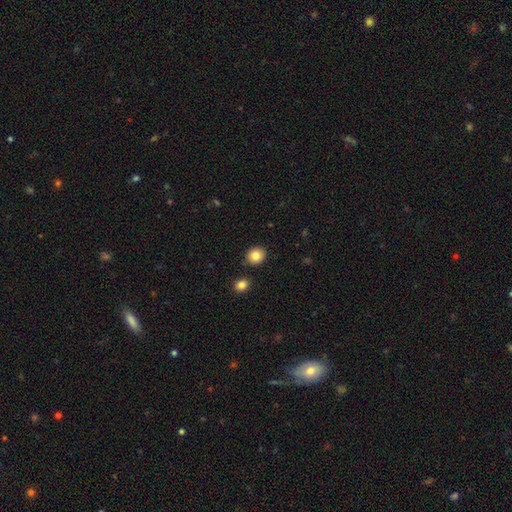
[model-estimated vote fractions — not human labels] smooth_or_featured: smooth (p=0.84) [alt: star or artifact p=0.09]
how_rounded: round (p=0.81) [alt: in between p=0.18]
merging: none (p=0.88) [alt: minor disturbance p=0.07]